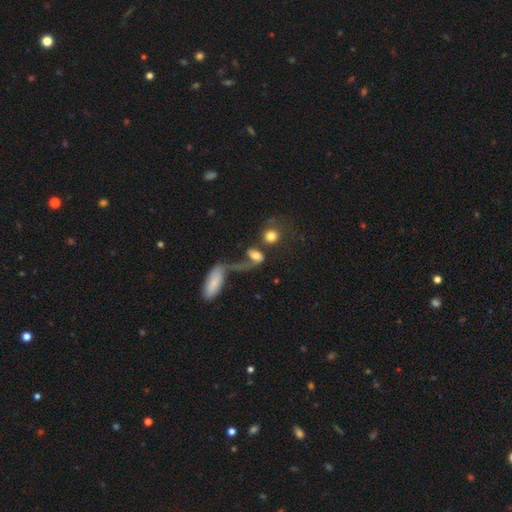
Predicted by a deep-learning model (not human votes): Smooth or featured? smooth (63%)
How rounded? in between (59%)
Merging? merger (47%)